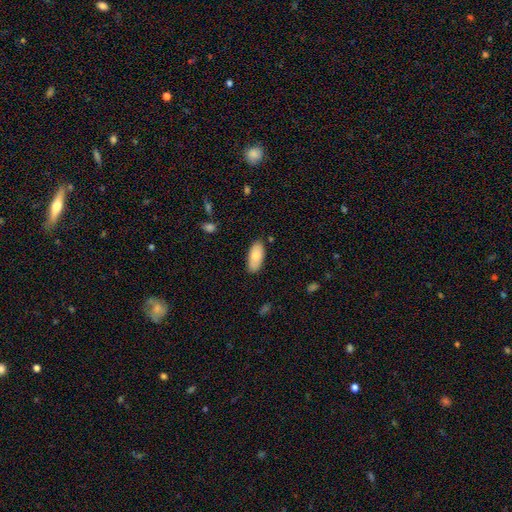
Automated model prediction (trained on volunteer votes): smooth-or-featured: smooth: 81% | featured or disk: 14% | star or artifact: 6%
  how-rounded: in between: 90% | cigar-shaped: 8% | round: 2%
  merging: none: 82% | minor disturbance: 14% | major disturbance: 2% | merger: 2%